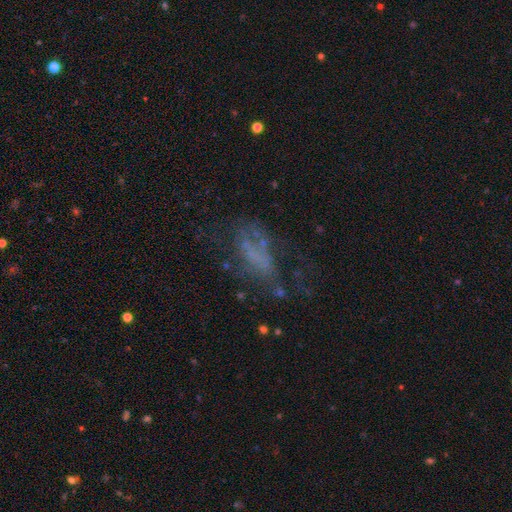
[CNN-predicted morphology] smooth-or-featured: featured or disk: 46% | smooth: 31% | star or artifact: 22%
  merging: major disturbance: 40% | none: 35% | minor disturbance: 19% | merger: 6%